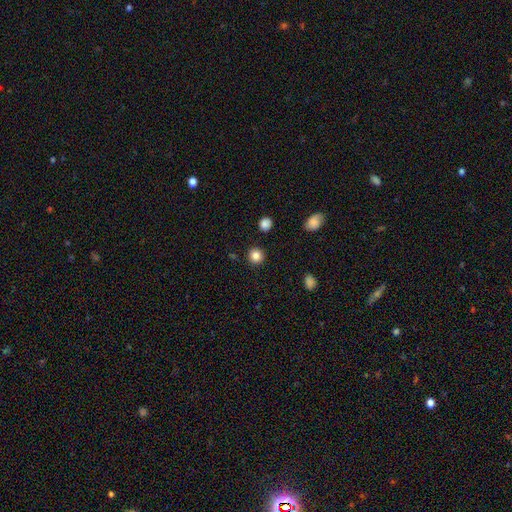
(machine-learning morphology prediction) Q: Smooth or featured?
A: smooth (85%); runner-up: star or artifact (11%)
Q: How rounded?
A: round (93%); runner-up: in between (6%)
Q: Merging?
A: none (92%); runner-up: minor disturbance (5%)